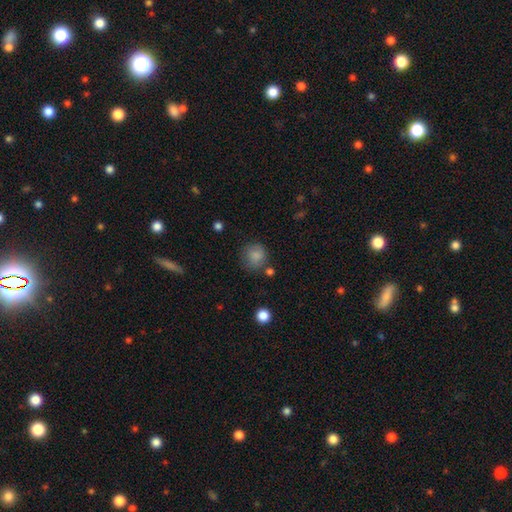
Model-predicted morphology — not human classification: Smooth or featured? smooth (84%)
How rounded? round (86%)
Merging? none (71%)